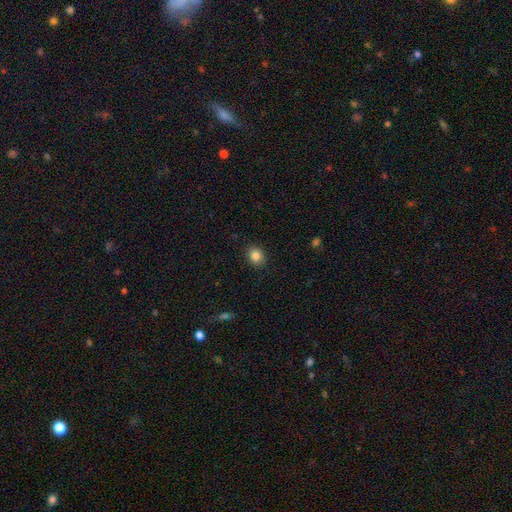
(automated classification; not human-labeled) Q: Smooth or featured?
A: smooth (85%); runner-up: star or artifact (10%)
Q: How rounded?
A: round (59%); runner-up: in between (40%)
Q: Merging?
A: none (90%); runner-up: minor disturbance (7%)